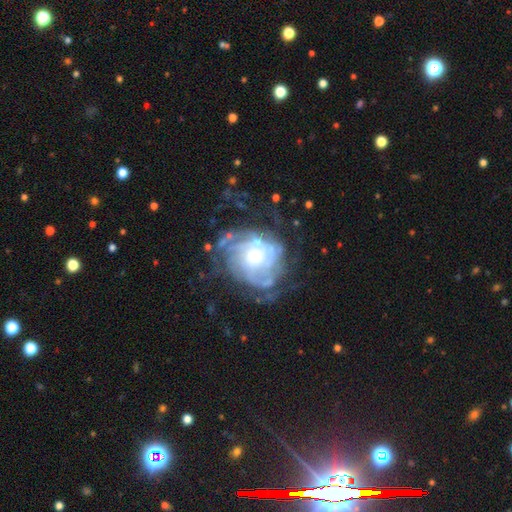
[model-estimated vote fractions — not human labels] smooth-or-featured: featured or disk: 85% | smooth: 9% | star or artifact: 6%
  disk-edge-on: no: 98% | yes: 2%
    bar: no: 76% | weak: 20% | strong: 5%
    has-spiral-arms: yes: 90% | no: 10%
      spiral-winding: tight: 61% | medium: 29% | loose: 10%
      spiral-arm-count: can't tell: 43% | 2: 16% | 3: 15% | 4: 12% | more than 4: 8% | 1: 6%
    bulge-size: moderate: 52% | small: 37% | large: 8% | none: 2% | dominant: 1%
  merging: none: 57% | minor disturbance: 21% | major disturbance: 19% | merger: 3%